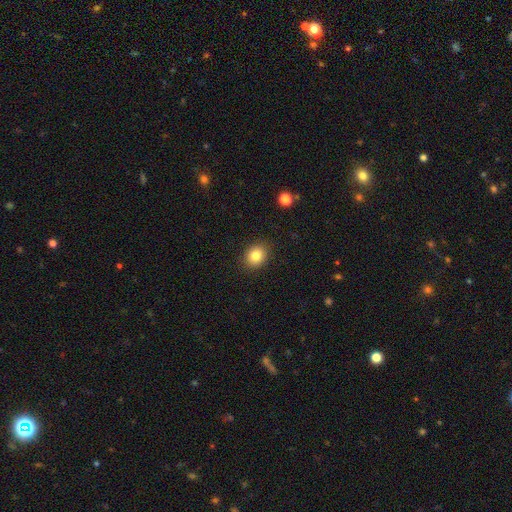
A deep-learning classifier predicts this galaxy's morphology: A smooth galaxy with no disk features (83%) that is round (54%).

Vote fractions:
- Smooth or featured? smooth: 83% / star or artifact: 10% / featured or disk: 7%
- How rounded? round: 54% / in between: 45% / cigar-shaped: 1%
- Merging? none: 89% / minor disturbance: 8% / major disturbance: 2% / merger: 1%